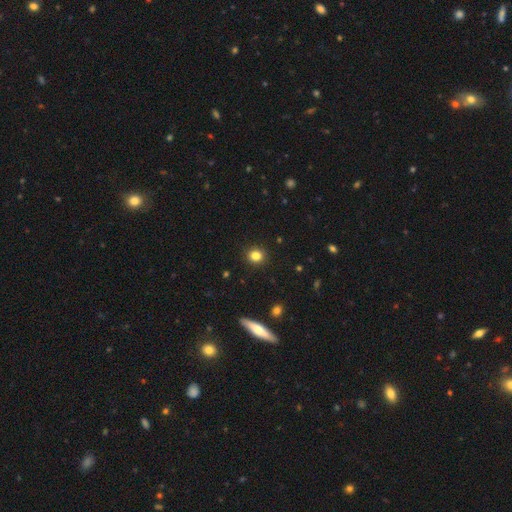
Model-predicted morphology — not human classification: Overall: smooth (83%). How rounded: round (85%). Merging: none (92%).